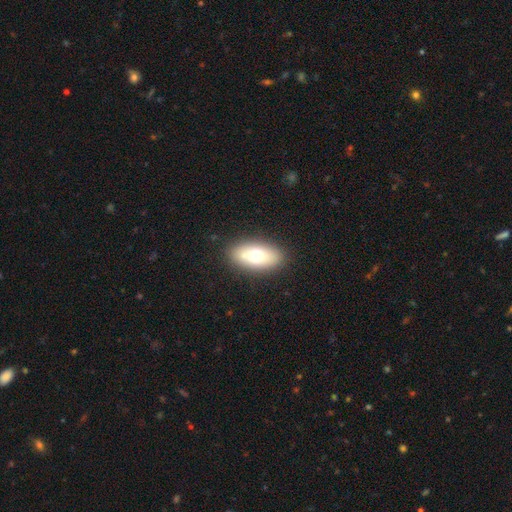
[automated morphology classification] smooth-or-featured: smooth: 68% | featured or disk: 23% | star or artifact: 9%
  how-rounded: in between: 87% | round: 7% | cigar-shaped: 6%
  merging: none: 84% | minor disturbance: 11% | major disturbance: 3% | merger: 2%